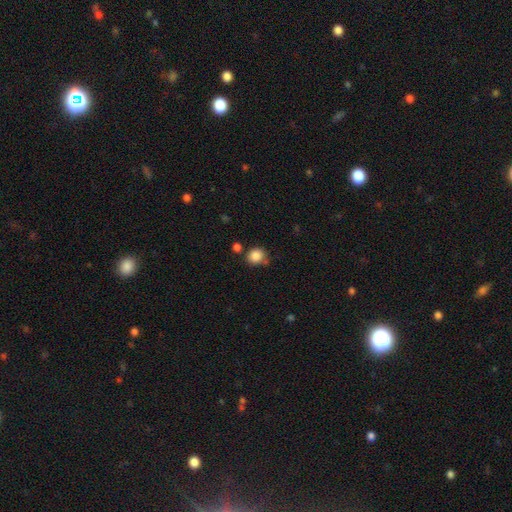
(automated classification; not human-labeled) Smooth or featured: smooth — 85% (star or artifact — 10%)
How rounded: round — 85% (in between — 15%)
Merging: none — 72% (minor disturbance — 15%)